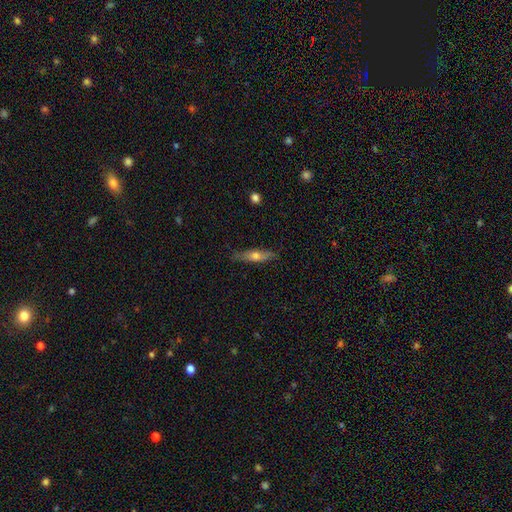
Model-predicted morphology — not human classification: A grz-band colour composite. It shows a featured or disk galaxy (48%). Merging: none (82%).